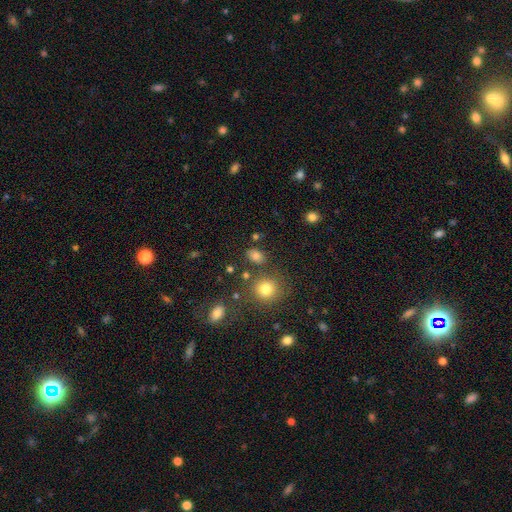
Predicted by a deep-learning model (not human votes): smooth-or-featured: smooth: 78% | star or artifact: 15% | featured or disk: 6%
  how-rounded: in between: 67% | round: 31% | cigar-shaped: 2%
  merging: none: 77% | minor disturbance: 11% | merger: 7% | major disturbance: 4%